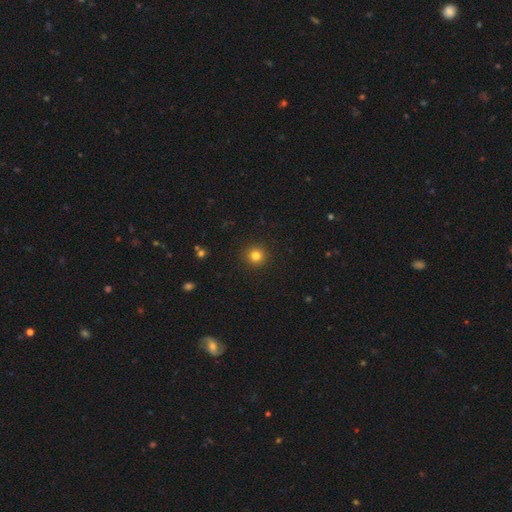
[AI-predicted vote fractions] A smooth galaxy with no disk features (82%) that is round (94%).

Vote fractions:
- Smooth or featured? smooth: 82% / star or artifact: 12% / featured or disk: 6%
- How rounded? round: 94% / in between: 5% / cigar-shaped: 1%
- Merging? none: 92% / minor disturbance: 5% / major disturbance: 2% / merger: 1%